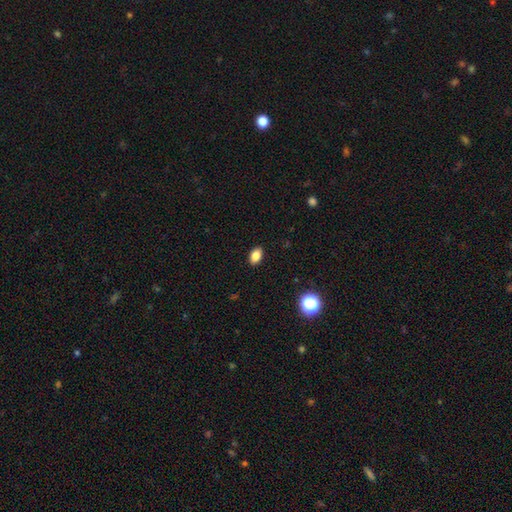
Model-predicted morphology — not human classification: Smooth or featured?
  - smooth: 84% *
  - star or artifact: 10%
  - featured or disk: 5%
How rounded?
  - in between: 87% *
  - round: 11%
  - cigar-shaped: 2%
Merging?
  - none: 90% *
  - minor disturbance: 7%
  - major disturbance: 2%
  - merger: 1%